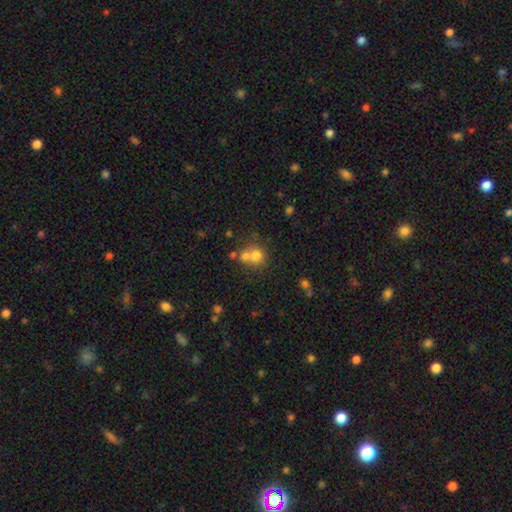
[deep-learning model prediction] Smooth or featured? Predicted: smooth (p=0.70). How rounded? Predicted: round (p=0.81). Merging? Predicted: merger (p=0.50).